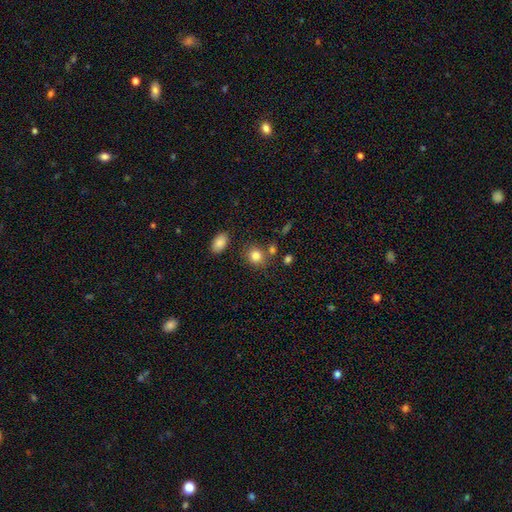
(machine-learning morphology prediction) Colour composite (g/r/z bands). It shows a smooth galaxy with no disk features (83%) that is round (73%). Merging: none (73%).